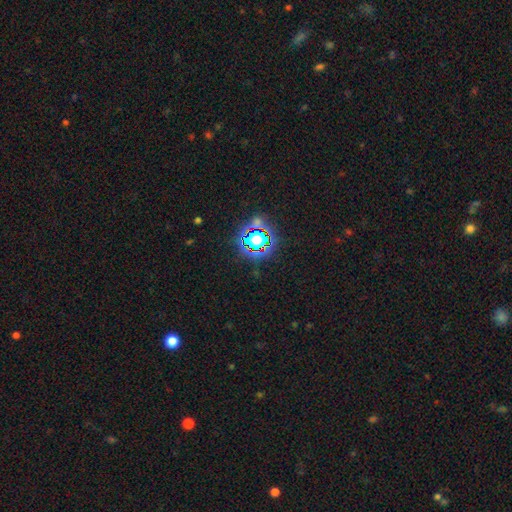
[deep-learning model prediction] A star or artifact, not a galaxy (76%).